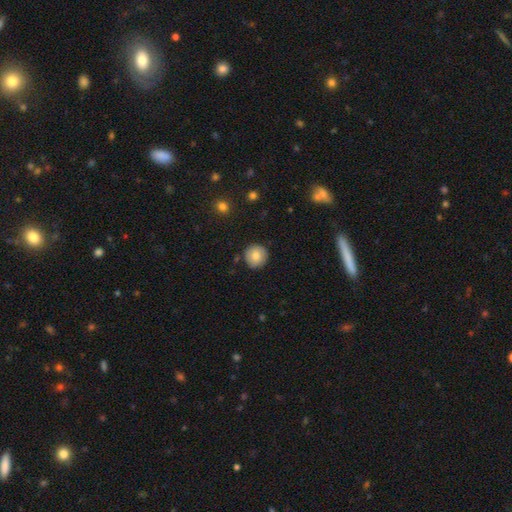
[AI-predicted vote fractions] Morphology: type=smooth (80%); roundness=round (94%); merging=none (89%).